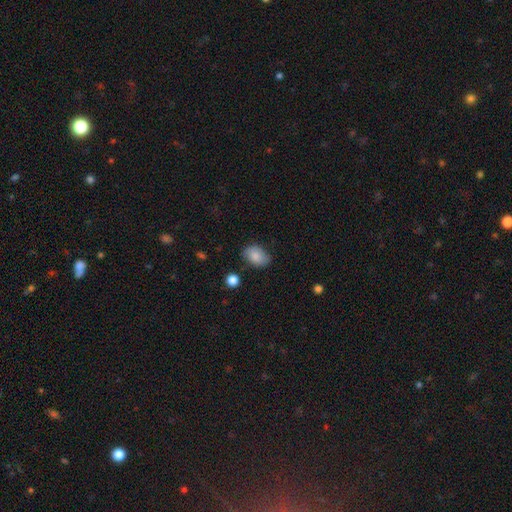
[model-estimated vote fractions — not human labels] The model was most divided on "merging": none: 77%, minor disturbance: 17%, major disturbance: 4%, merger: 2%. More confident: smooth or featured — smooth (84%); how rounded — in between (83%).